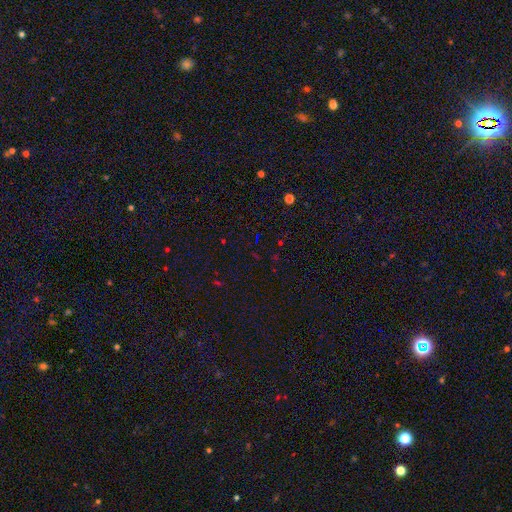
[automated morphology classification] This appears to be a star or artifact, not a galaxy (69%).